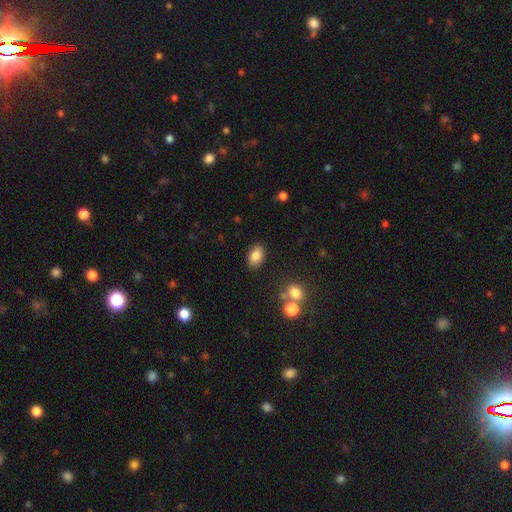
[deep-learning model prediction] Q: Smooth or featured?
A: smooth (85%); runner-up: star or artifact (9%)
Q: How rounded?
A: in between (89%); runner-up: round (10%)
Q: Merging?
A: none (86%); runner-up: minor disturbance (9%)